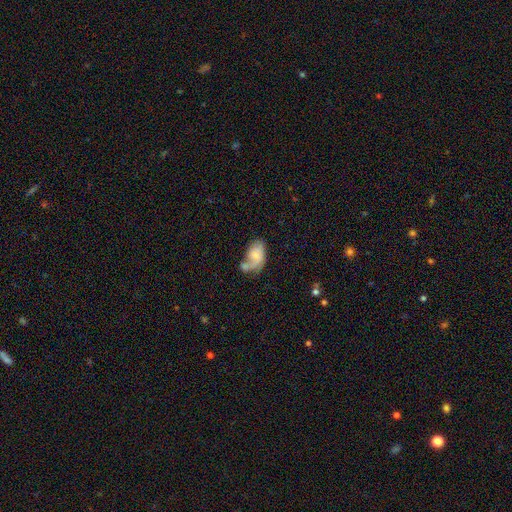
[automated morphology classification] This is possibly a featured or disk galaxy (47%). Merging: marginally none (29%).